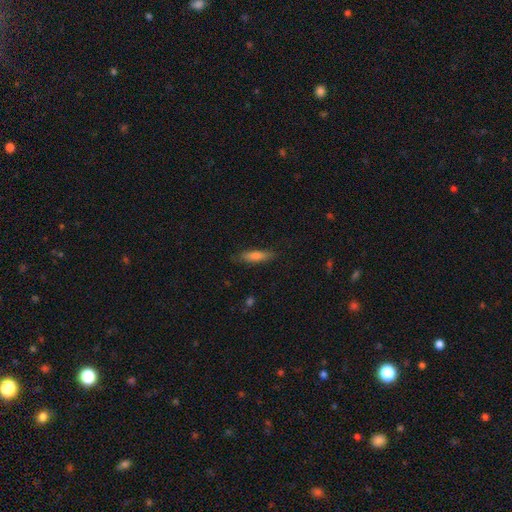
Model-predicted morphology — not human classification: Smooth or featured? Predicted: smooth (p=0.64). How rounded? Predicted: cigar-shaped (p=0.76). Merging? Predicted: none (p=0.85).